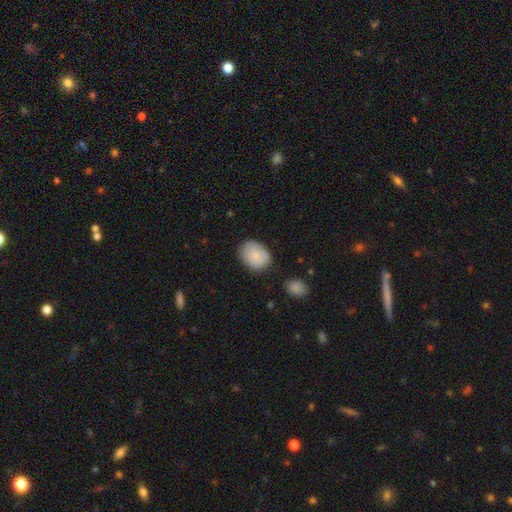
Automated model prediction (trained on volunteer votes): smooth 81%, featured or disk 12%, star or artifact 6%. Down the decision tree: how rounded — in between (60%); merging — none (71%).